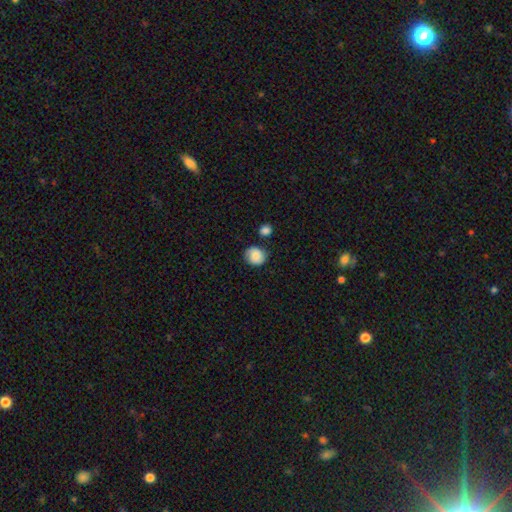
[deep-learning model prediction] Smooth or featured? smooth (74%)
How rounded? round (80%)
Merging? none (73%)